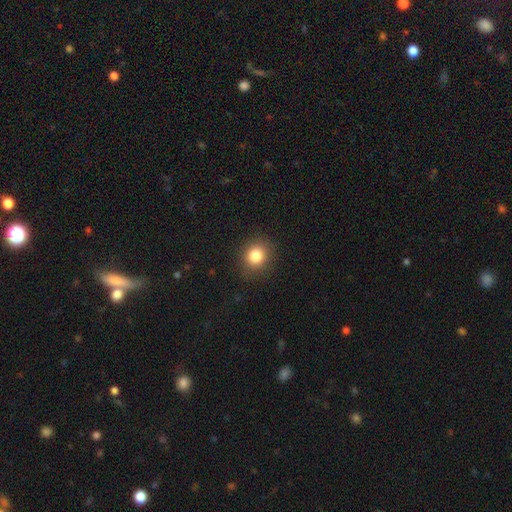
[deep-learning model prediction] The model was most divided on "how rounded": round: 75%, in between: 24%, cigar-shaped: 1%. More confident: merging — none (88%); smooth or featured — smooth (83%).